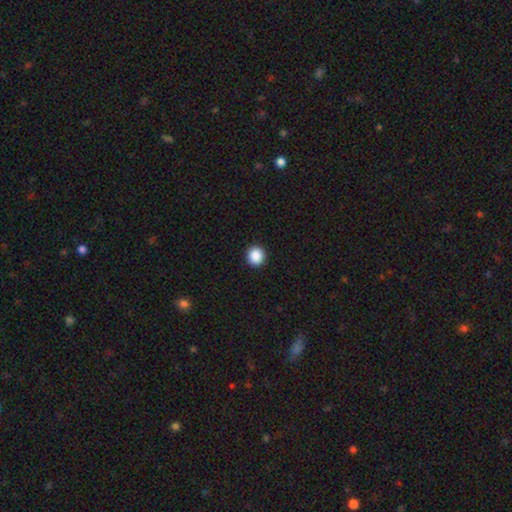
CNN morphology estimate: This is clearly a smooth galaxy (88%). How rounded: clearly round (91%). Merging: clearly none (93%).